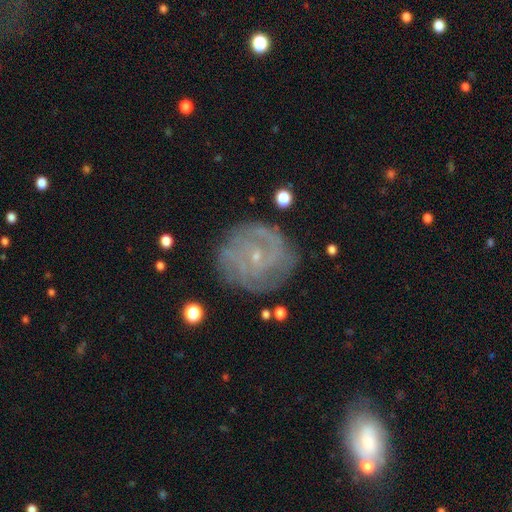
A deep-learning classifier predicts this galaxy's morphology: This appears to be a featured or disk galaxy (77%) with no bar (65%), tight (67%) spiral arms (92%) and a small central bulge (85%). Merging: none (81%).